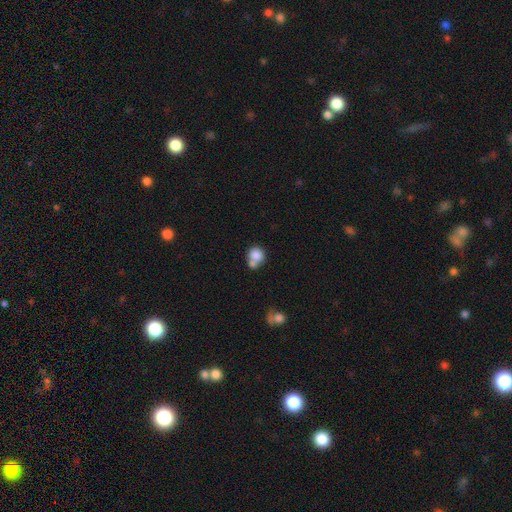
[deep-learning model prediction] This is clearly a smooth galaxy (80%). How rounded: clearly round (81%). Merging: possibly merger (45%).